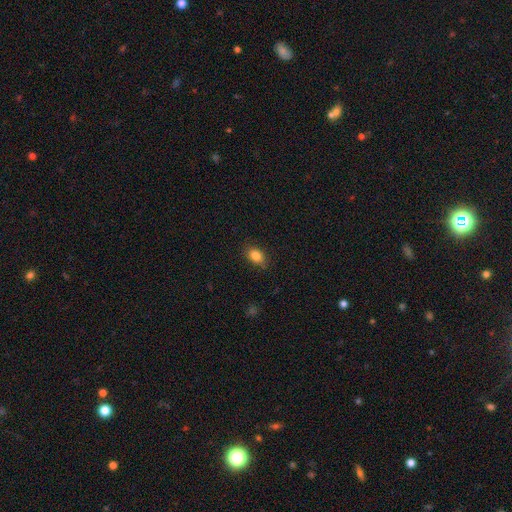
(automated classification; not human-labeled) A smooth galaxy with no disk features (84%) that is in between round and cigar-shaped (80%).

Vote fractions:
- Smooth or featured? smooth: 84% / star or artifact: 9% / featured or disk: 6%
- How rounded? in between: 80% / round: 18% / cigar-shaped: 2%
- Merging? none: 81% / minor disturbance: 15% / major disturbance: 3% / merger: 1%